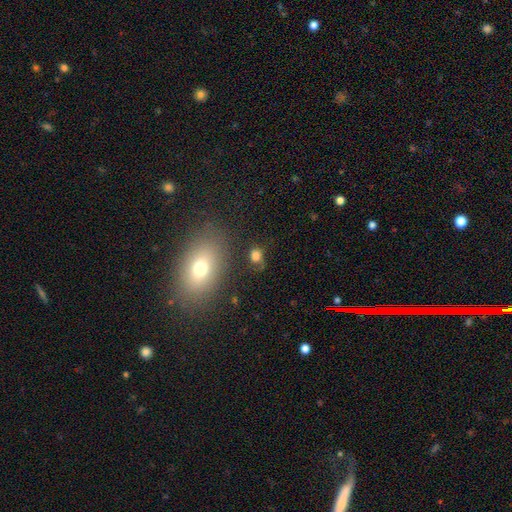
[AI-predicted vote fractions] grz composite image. It shows a smooth galaxy with no disk features (77%) that is round (54%). Merging: none (64%).